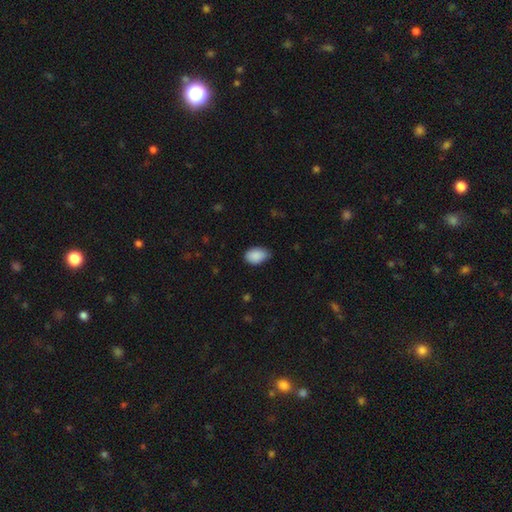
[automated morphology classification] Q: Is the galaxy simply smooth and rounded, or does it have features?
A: smooth — 89%.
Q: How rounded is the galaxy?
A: in between — 86%.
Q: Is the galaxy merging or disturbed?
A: none — 67%.